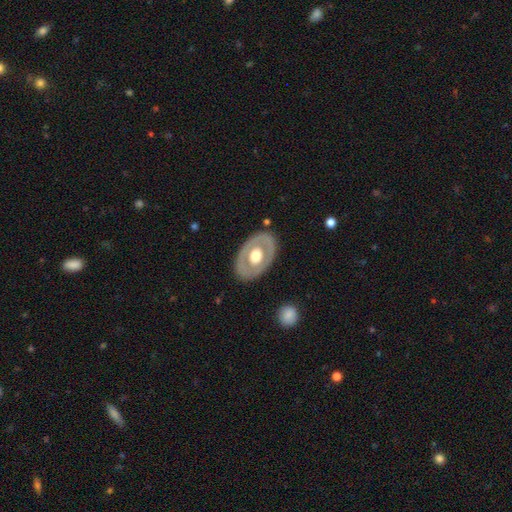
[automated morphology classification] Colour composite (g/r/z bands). It shows a featured or disk galaxy (54%). Merging: none (84%).